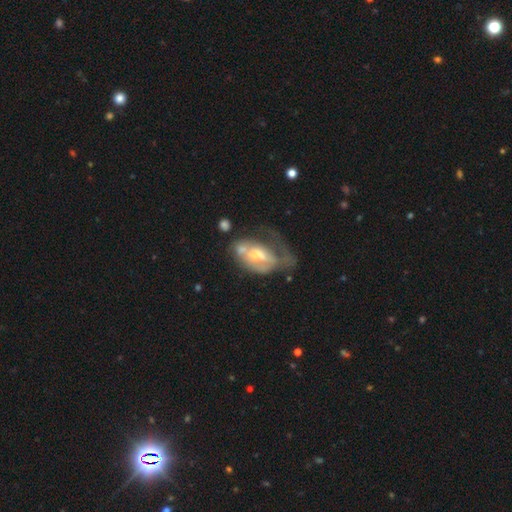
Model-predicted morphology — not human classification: featured or disk 63%, smooth 29%, star or artifact 8%. Down the decision tree: edge-on disk — no (94%); bar — no (58%); spiral arms — no (50%, tied with yes); bulge size — moderate (48%); merging — major disturbance (44%).